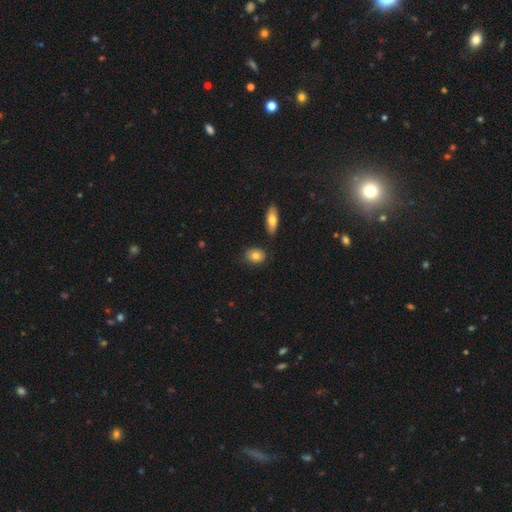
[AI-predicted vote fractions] Smooth or featured?
  - smooth: 80% *
  - featured or disk: 12%
  - star or artifact: 8%
How rounded?
  - in between: 63% *
  - round: 34%
  - cigar-shaped: 2%
Merging?
  - none: 78% *
  - minor disturbance: 13%
  - merger: 6%
  - major disturbance: 3%